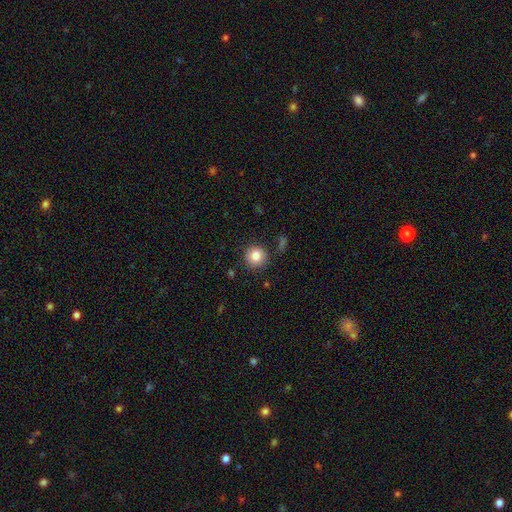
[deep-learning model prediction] smooth_or_featured: smooth (p=0.84) [alt: star or artifact p=0.10]
how_rounded: round (p=0.92) [alt: in between p=0.07]
merging: none (p=0.84) [alt: minor disturbance p=0.10]